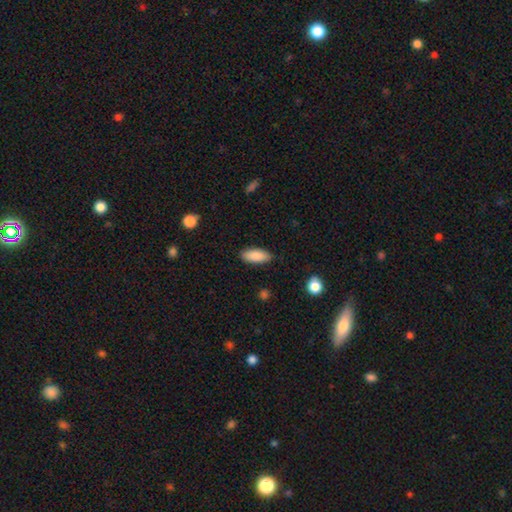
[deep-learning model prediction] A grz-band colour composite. It shows a smooth galaxy with no disk features (88%) that is in between round and cigar-shaped (83%). Merging: none (86%).